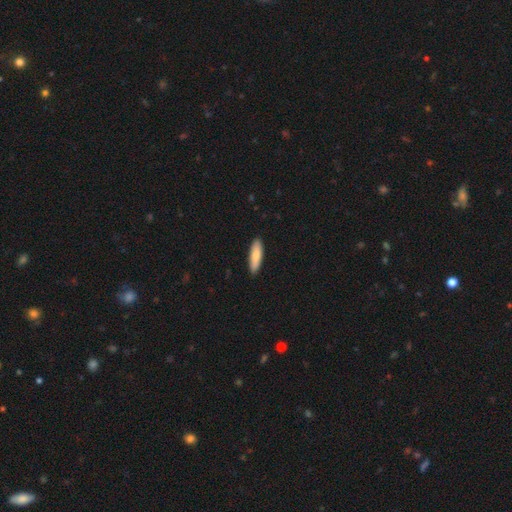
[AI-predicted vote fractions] Smooth or featured? Predicted: smooth (p=0.82). How rounded? Predicted: cigar-shaped (p=0.62). Merging? Predicted: none (p=0.90).